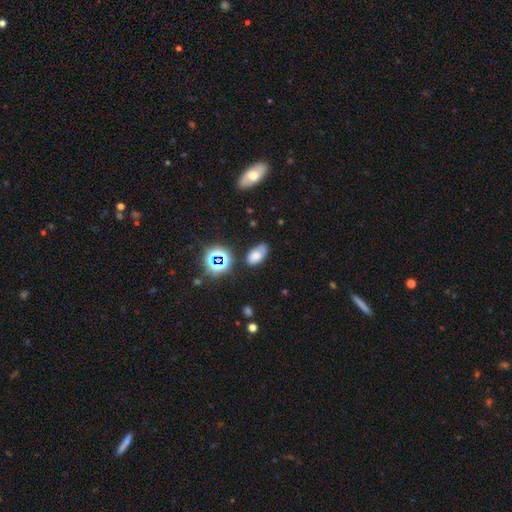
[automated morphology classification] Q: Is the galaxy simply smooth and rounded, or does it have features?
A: smooth — 68%.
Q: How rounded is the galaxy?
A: in between — 90%.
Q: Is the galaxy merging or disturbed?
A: none — 57%.